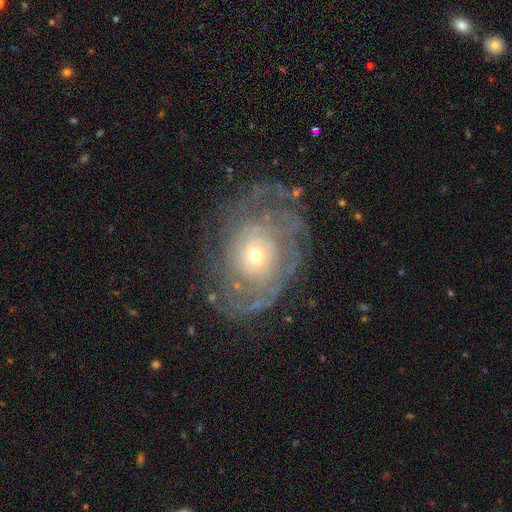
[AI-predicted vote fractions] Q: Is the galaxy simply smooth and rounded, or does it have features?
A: featured or disk — 80%.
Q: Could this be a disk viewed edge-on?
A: no — 96%.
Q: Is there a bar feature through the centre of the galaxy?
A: no — 80%.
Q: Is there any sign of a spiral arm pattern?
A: yes — 85%.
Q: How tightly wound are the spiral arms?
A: tight — 65%.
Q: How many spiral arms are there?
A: can't tell — 44%.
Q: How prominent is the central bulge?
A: small — 51%.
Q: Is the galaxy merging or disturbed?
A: none — 60%.